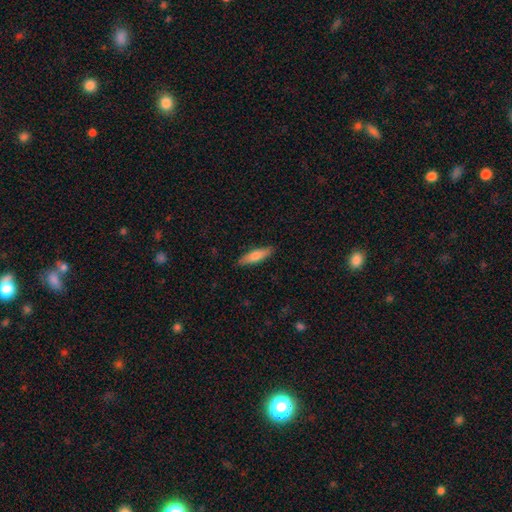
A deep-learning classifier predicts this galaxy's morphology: smooth_or_featured: smooth (p=0.69) [alt: featured or disk p=0.25]
how_rounded: cigar-shaped (p=0.67) [alt: in between p=0.31]
merging: none (p=0.89) [alt: minor disturbance p=0.08]